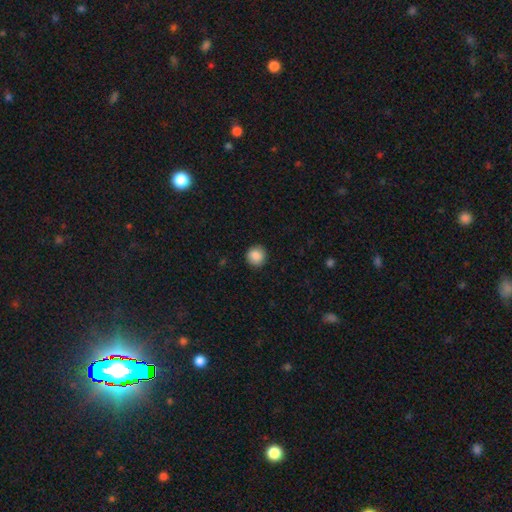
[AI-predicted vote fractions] Smooth or featured? Predicted: smooth (p=0.87). How rounded? Predicted: round (p=0.93). Merging? Predicted: none (p=0.90).